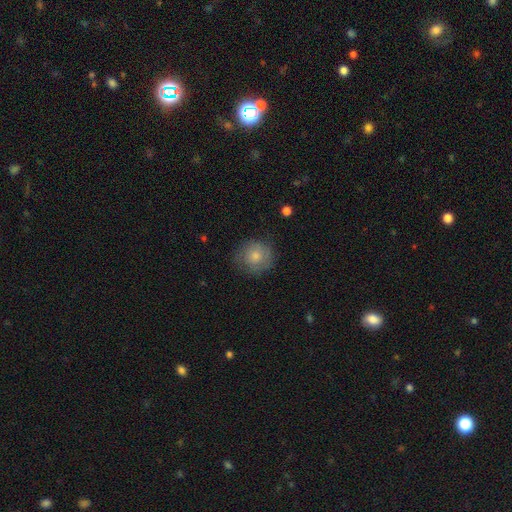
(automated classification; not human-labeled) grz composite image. It shows a smooth galaxy with no disk features (76%) that is round (90%). Merging: none (74%).